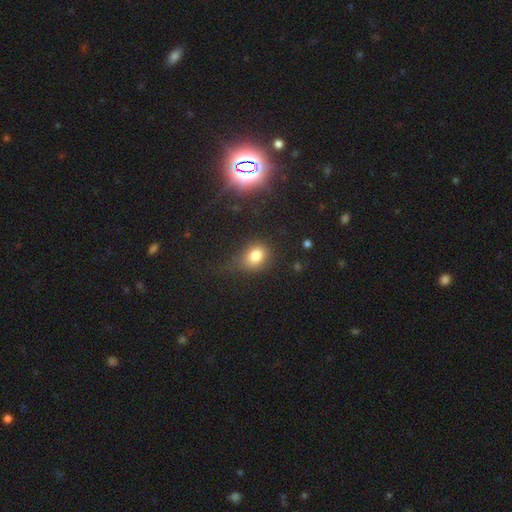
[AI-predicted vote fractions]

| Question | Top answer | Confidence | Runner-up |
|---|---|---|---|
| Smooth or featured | smooth | 77% | star or artifact (14%) |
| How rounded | round | 51% | in between (47%) |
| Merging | none | 61% | minor disturbance (24%) |